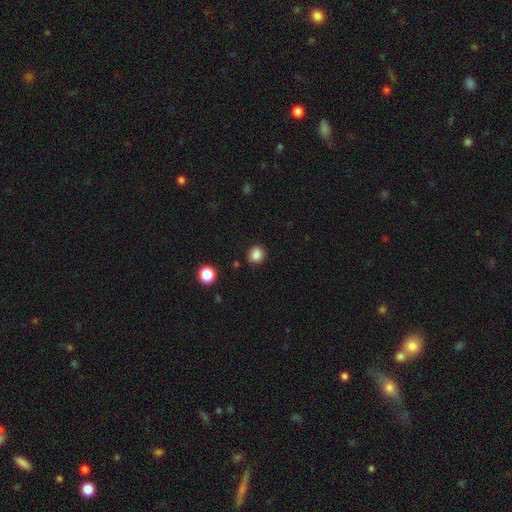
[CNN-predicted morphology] Smooth or featured? Predicted: smooth (p=0.85). How rounded? Predicted: round (p=0.78). Merging? Predicted: none (p=0.86).